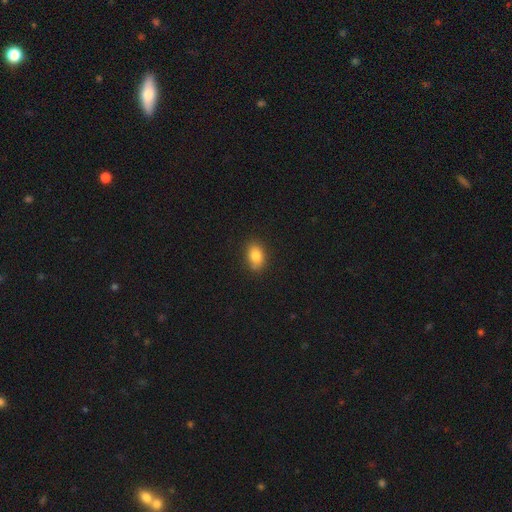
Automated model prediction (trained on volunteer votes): Q: Smooth or featured?
A: smooth (84%); runner-up: star or artifact (9%)
Q: How rounded?
A: in between (82%); runner-up: round (16%)
Q: Merging?
A: none (84%); runner-up: minor disturbance (13%)